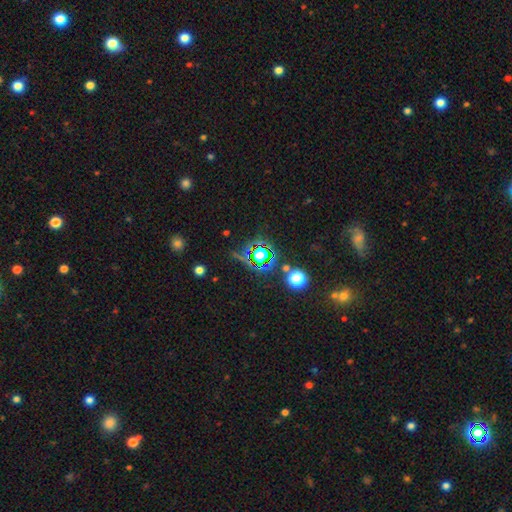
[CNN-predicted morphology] A star or artifact, not a galaxy (74%).

Vote fractions:
- Smooth or featured? star or artifact: 74% / smooth: 16% / featured or disk: 10%